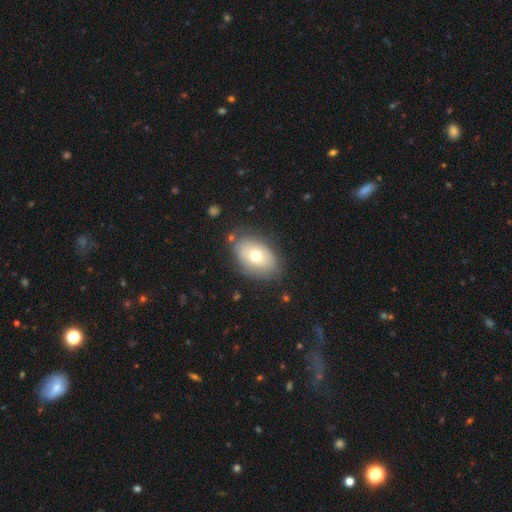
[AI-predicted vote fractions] This is likely a smooth galaxy (66%). How rounded: clearly in between (88%). Merging: likely none (78%).